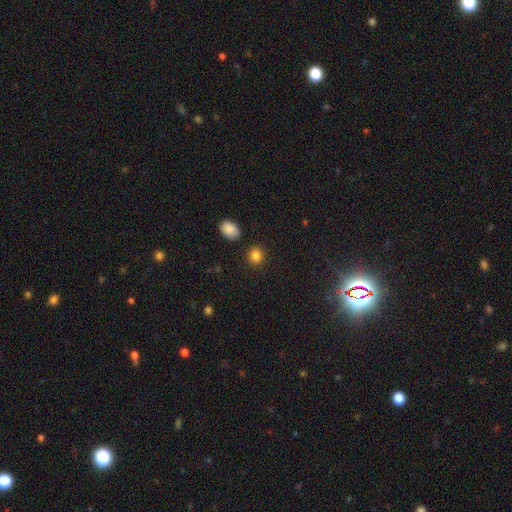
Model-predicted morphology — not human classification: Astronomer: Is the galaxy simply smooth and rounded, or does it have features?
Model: smooth — 85%.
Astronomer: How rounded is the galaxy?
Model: round — 75%.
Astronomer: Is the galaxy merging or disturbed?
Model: none — 88%.